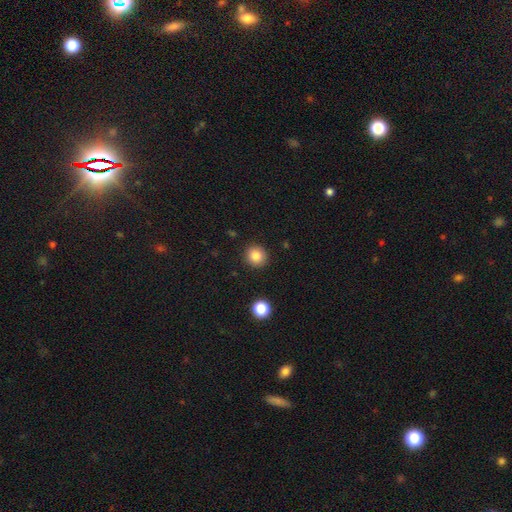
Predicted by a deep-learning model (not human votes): Q: Smooth or featured?
A: smooth (84%); runner-up: star or artifact (10%)
Q: How rounded?
A: round (90%); runner-up: in between (9%)
Q: Merging?
A: none (91%); runner-up: minor disturbance (6%)